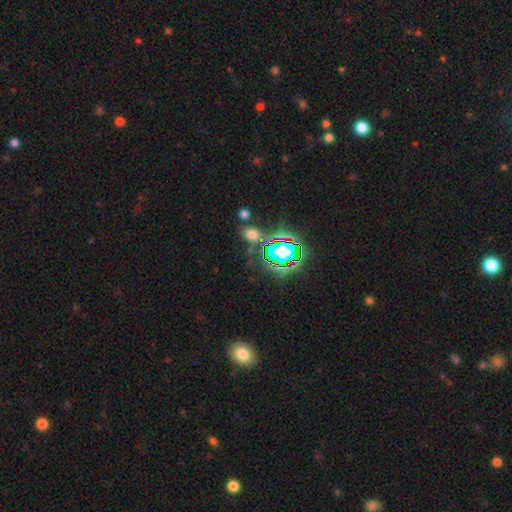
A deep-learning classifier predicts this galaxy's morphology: Q: Smooth or featured?
A: star or artifact (77%); runner-up: smooth (14%)